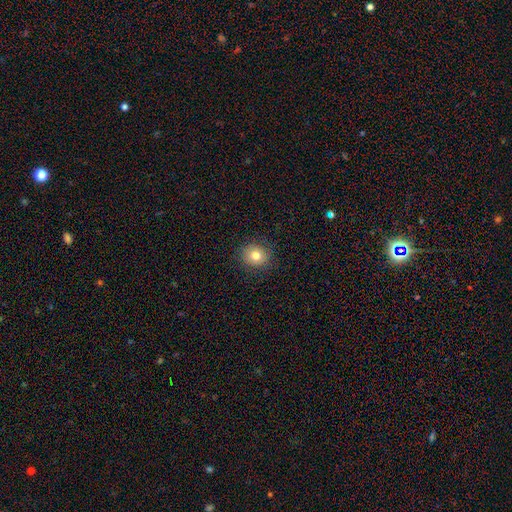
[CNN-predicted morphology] smooth_or_featured: smooth (p=0.78) [alt: star or artifact p=0.11]
how_rounded: round (p=0.81) [alt: in between p=0.18]
merging: none (p=0.87) [alt: minor disturbance p=0.09]